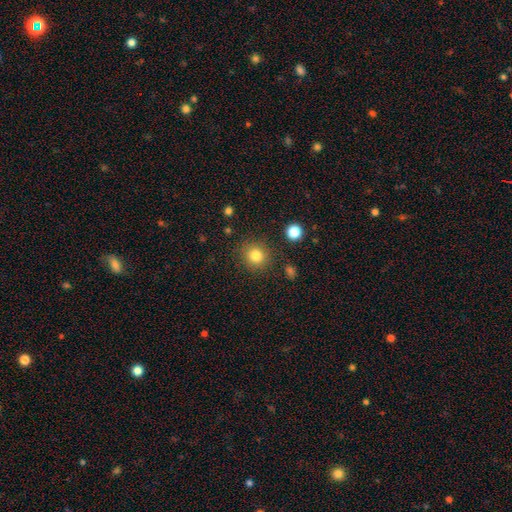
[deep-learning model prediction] smooth-or-featured: smooth: 82% | star or artifact: 12% | featured or disk: 6%
  how-rounded: round: 90% | in between: 10% | cigar-shaped: 1%
  merging: none: 87% | minor disturbance: 8% | major disturbance: 3% | merger: 2%